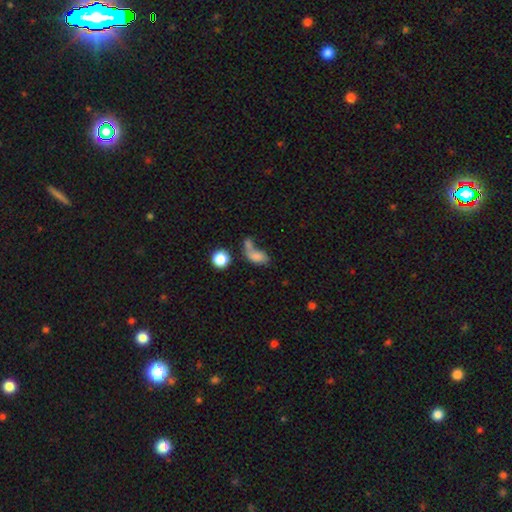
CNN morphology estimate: smooth-or-featured: smooth: 73% | featured or disk: 15% | star or artifact: 12%
  how-rounded: in between: 78% | round: 16% | cigar-shaped: 6%
  merging: merger: 47% | none: 25% | major disturbance: 17% | minor disturbance: 12%